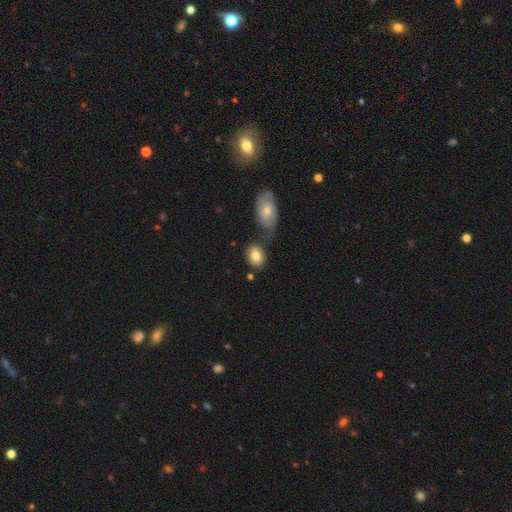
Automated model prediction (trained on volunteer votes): A smooth galaxy with no disk features (77%) that is in between round and cigar-shaped (77%).

Vote fractions:
- Smooth or featured? smooth: 77% / featured or disk: 15% / star or artifact: 7%
- How rounded? in between: 77% / round: 21% / cigar-shaped: 1%
- Merging? none: 56% / merger: 25% / minor disturbance: 14% / major disturbance: 5%